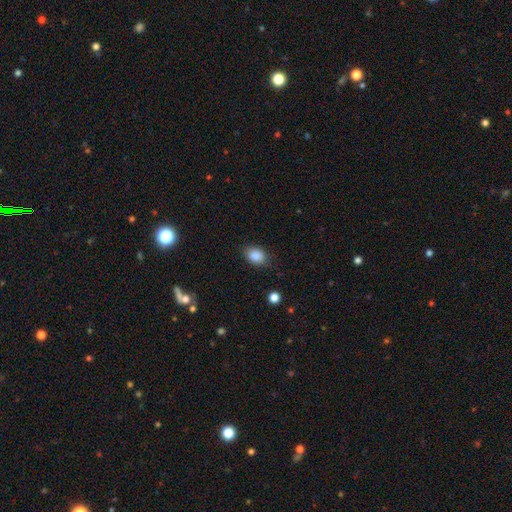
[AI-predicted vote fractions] Smooth or featured? smooth (87%)
How rounded? in between (74%)
Merging? none (82%)